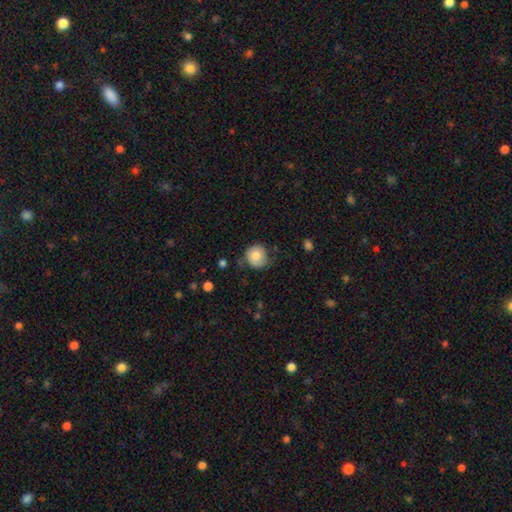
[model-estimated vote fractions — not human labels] Smooth or featured?
  - smooth: 75% *
  - featured or disk: 17%
  - star or artifact: 8%
How rounded?
  - round: 86% *
  - in between: 13%
  - cigar-shaped: 1%
Merging?
  - none: 59% *
  - minor disturbance: 29%
  - major disturbance: 10%
  - merger: 2%